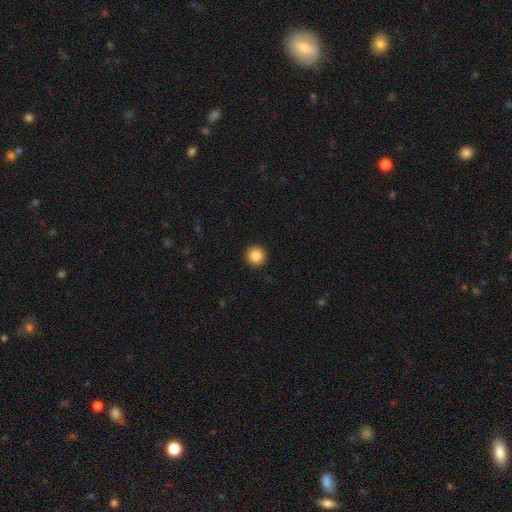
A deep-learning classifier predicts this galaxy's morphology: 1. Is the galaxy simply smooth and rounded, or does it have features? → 86% smooth, 9% star or artifact, 5% featured or disk.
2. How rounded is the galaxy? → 96% round, 3% in between, 1% cigar-shaped.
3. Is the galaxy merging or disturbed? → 94% none, 4% minor disturbance, 1% major disturbance, 1% merger.